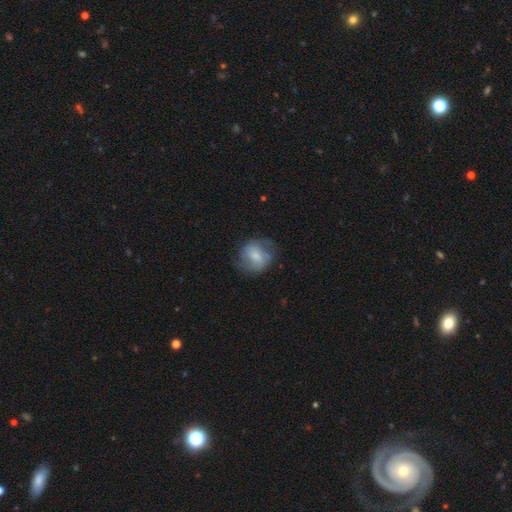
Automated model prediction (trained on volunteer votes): Morphology: type=smooth (49%); merging=none (59%).